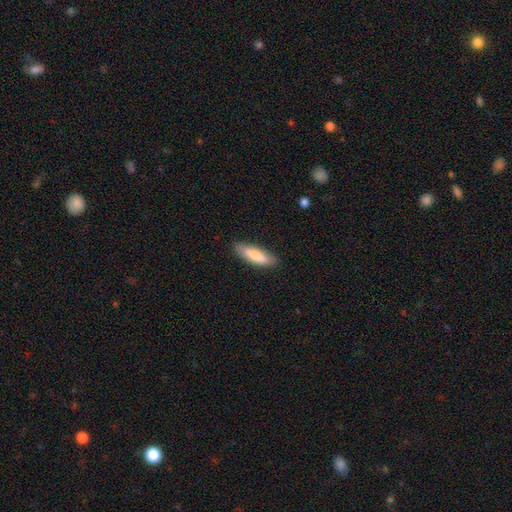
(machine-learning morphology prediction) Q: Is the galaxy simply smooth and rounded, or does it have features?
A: smooth — 84%.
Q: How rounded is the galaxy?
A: cigar-shaped — 58%.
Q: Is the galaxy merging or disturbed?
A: none — 84%.